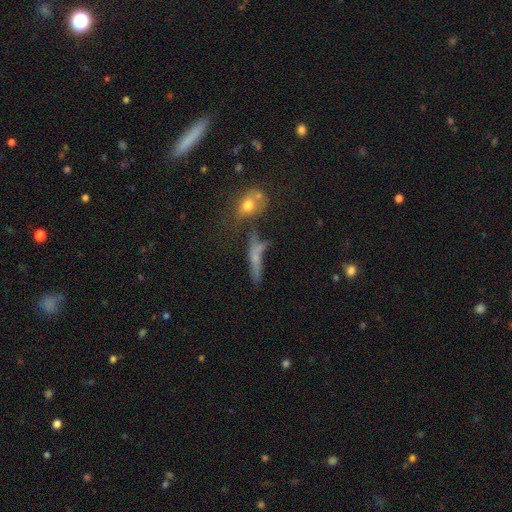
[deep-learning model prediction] Smooth or featured: smooth — 50% (featured or disk — 33%)
Merging: none — 47% (merger — 22%)